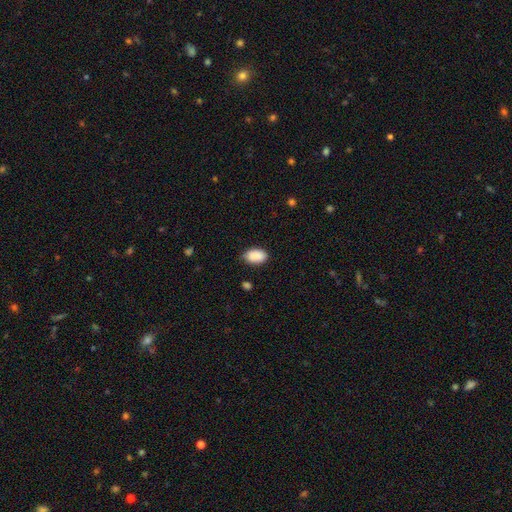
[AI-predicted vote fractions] Overall: smooth (90%). How rounded: in between (90%). Merging: none (79%).